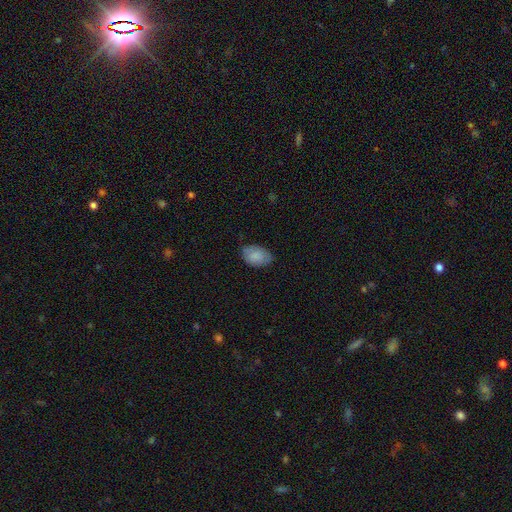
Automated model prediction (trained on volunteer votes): This is clearly a smooth galaxy (85%). How rounded: clearly in between (88%). Merging: likely none (68%).